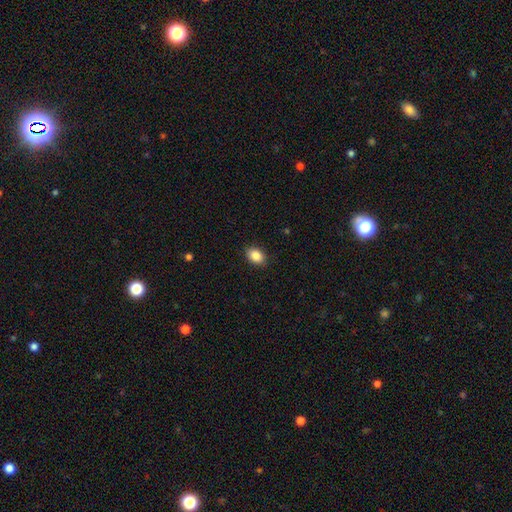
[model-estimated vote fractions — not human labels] This is clearly a smooth galaxy (87%). How rounded: likely in between (76%). Merging: clearly none (88%).